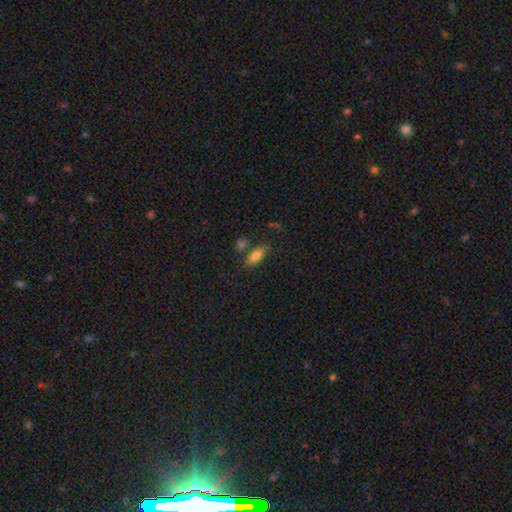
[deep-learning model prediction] Smooth or featured: smooth — 79% (featured or disk — 12%)
How rounded: in between — 77% (cigar-shaped — 20%)
Merging: none — 68% (minor disturbance — 16%)